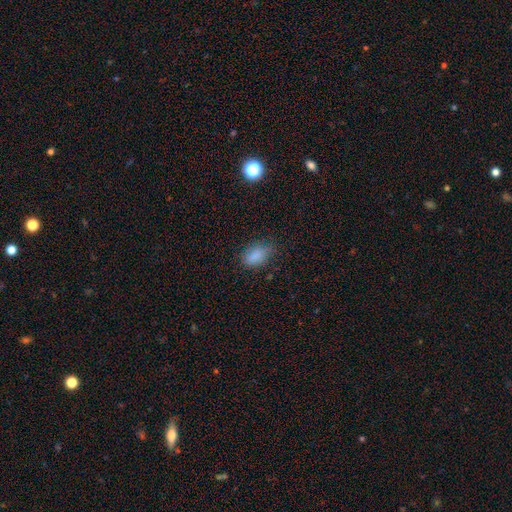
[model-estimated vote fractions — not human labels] This is clearly a smooth galaxy (84%). How rounded: clearly in between (87%). Merging: likely none (70%).